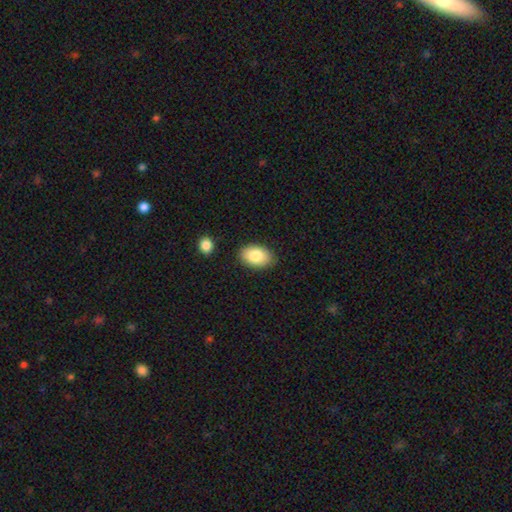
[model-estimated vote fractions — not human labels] Q: Smooth or featured?
A: smooth (84%); runner-up: featured or disk (9%)
Q: How rounded?
A: in between (90%); runner-up: round (9%)
Q: Merging?
A: none (85%); runner-up: minor disturbance (10%)